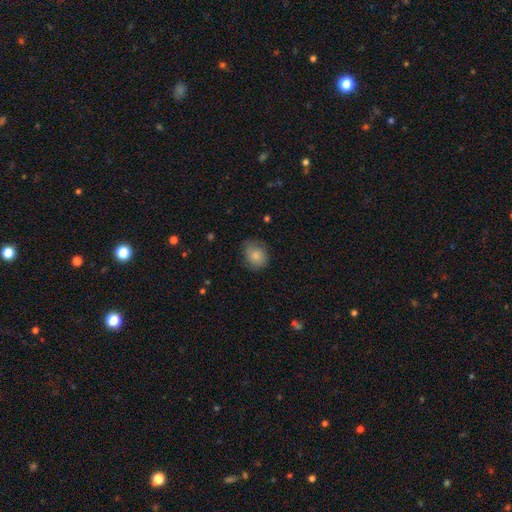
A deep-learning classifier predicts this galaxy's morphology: Smooth or featured? smooth (82%)
How rounded? round (57%)
Merging? none (71%)